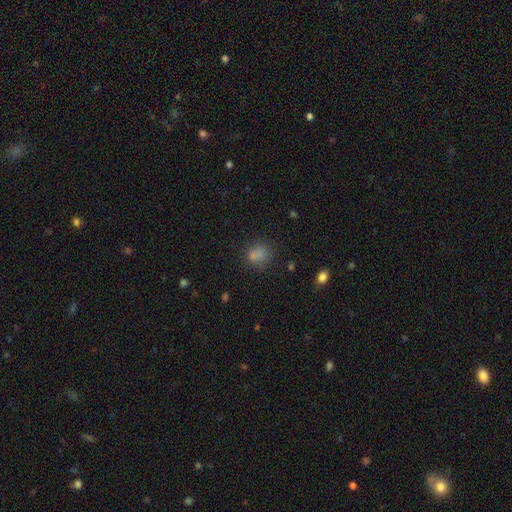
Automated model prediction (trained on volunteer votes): Q: Smooth or featured?
A: smooth (75%); runner-up: star or artifact (17%)
Q: How rounded?
A: round (68%); runner-up: in between (30%)
Q: Merging?
A: none (69%); runner-up: minor disturbance (14%)